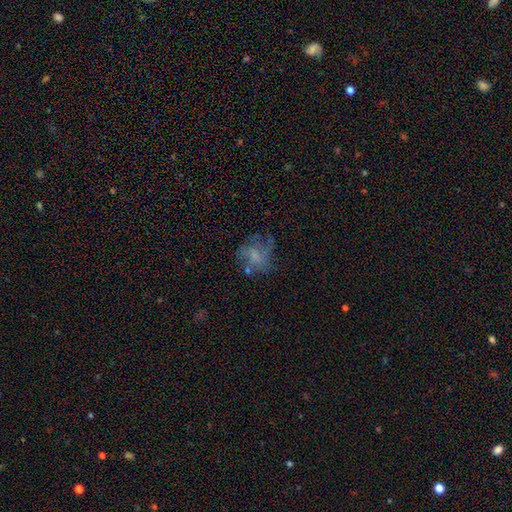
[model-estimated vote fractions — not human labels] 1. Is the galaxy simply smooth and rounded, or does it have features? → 44% smooth, 42% featured or disk, 14% star or artifact.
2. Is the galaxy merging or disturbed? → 48% none, 26% major disturbance, 22% minor disturbance, 5% merger.